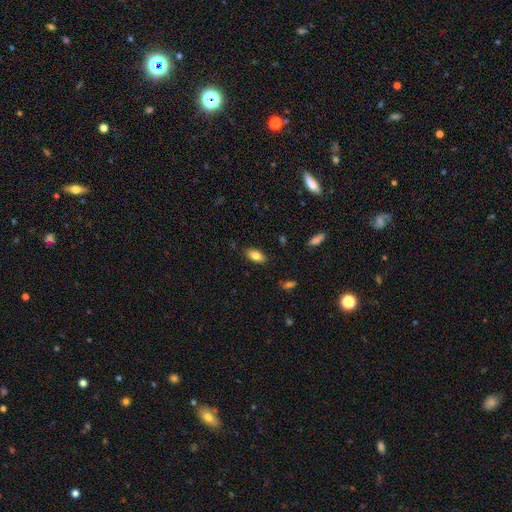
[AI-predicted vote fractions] Smooth or featured? Predicted: smooth (p=0.83). How rounded? Predicted: in between (p=0.91). Merging? Predicted: none (p=0.86).